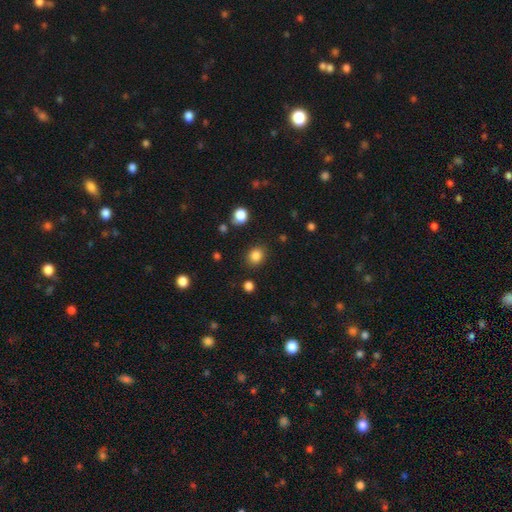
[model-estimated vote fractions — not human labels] A smooth galaxy with no disk features (85%) that is round (65%). Merging: none (86%).